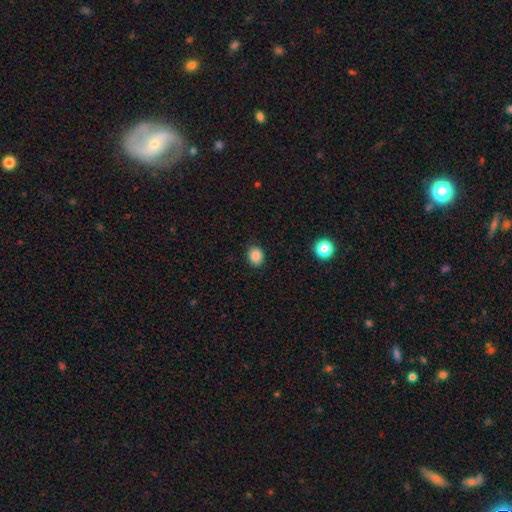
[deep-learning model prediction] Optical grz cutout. It shows a smooth galaxy with no disk features (87%) that is round (61%). Merging: none (88%).